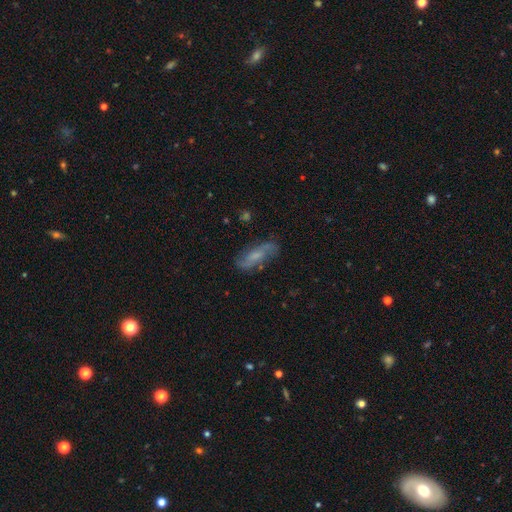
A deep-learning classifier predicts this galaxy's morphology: Overall: featured or disk (56%; smooth 36%). Edge-on disk: no (83%). Merging: none (72%).